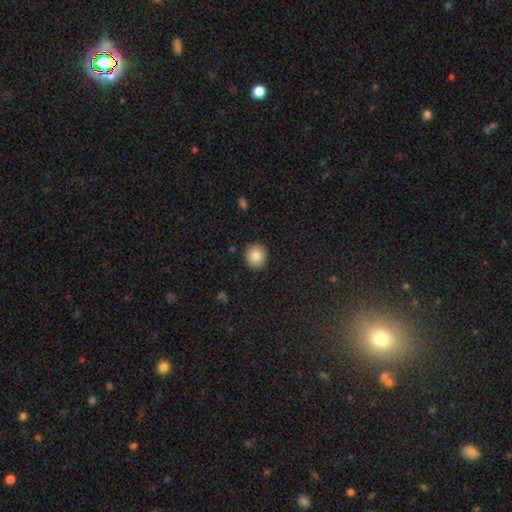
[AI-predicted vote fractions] A smooth galaxy with no disk features (84%) that is round (88%).

Vote fractions:
- Smooth or featured? smooth: 84% / star or artifact: 9% / featured or disk: 7%
- How rounded? round: 88% / in between: 11% / cigar-shaped: 1%
- Merging? none: 90% / minor disturbance: 7% / major disturbance: 2% / merger: 1%